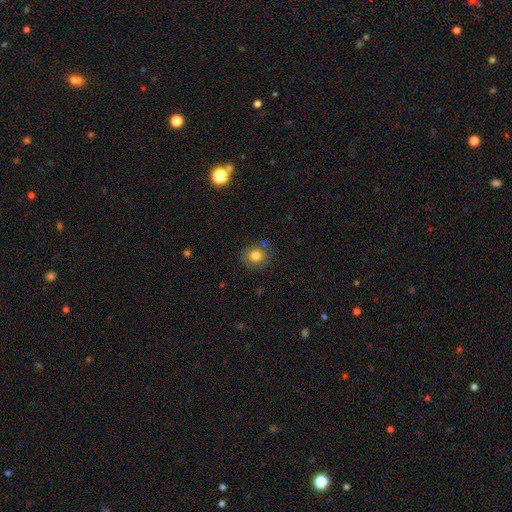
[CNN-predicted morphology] Smooth or featured?
  - smooth: 76% *
  - featured or disk: 14%
  - star or artifact: 10%
How rounded?
  - round: 76% *
  - in between: 23%
  - cigar-shaped: 1%
Merging?
  - none: 77% *
  - minor disturbance: 14%
  - merger: 5%
  - major disturbance: 4%